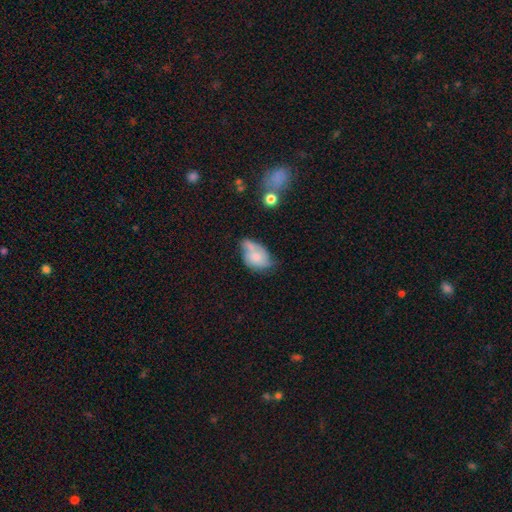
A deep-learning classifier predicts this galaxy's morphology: smooth-or-featured: smooth: 62% | featured or disk: 29% | star or artifact: 8%
  how-rounded: in between: 82% | round: 16% | cigar-shaped: 2%
  merging: minor disturbance: 30% | none: 28% | merger: 26% | major disturbance: 16%